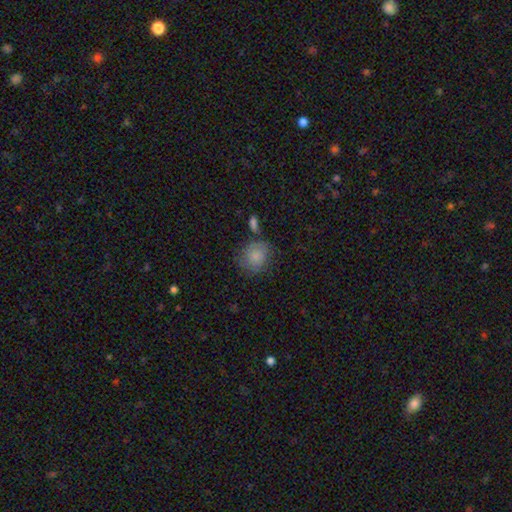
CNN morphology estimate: smooth-or-featured: smooth: 80% | featured or disk: 13% | star or artifact: 7%
  how-rounded: round: 70% | in between: 29% | cigar-shaped: 1%
  merging: none: 60% | minor disturbance: 24% | major disturbance: 8% | merger: 7%